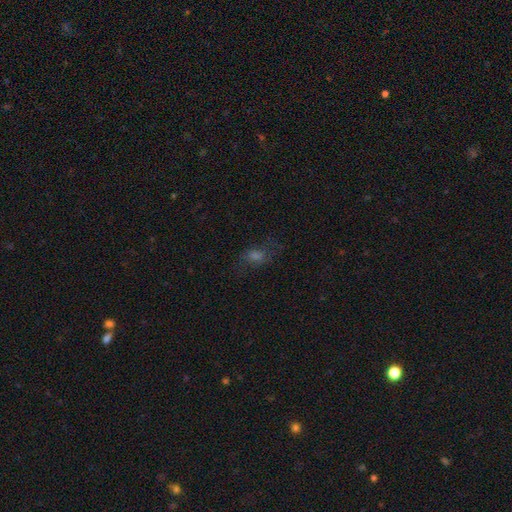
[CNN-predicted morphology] smooth_or_featured: smooth (p=0.44) [alt: star or artifact p=0.30]
merging: none (p=0.65) [alt: minor disturbance p=0.18]